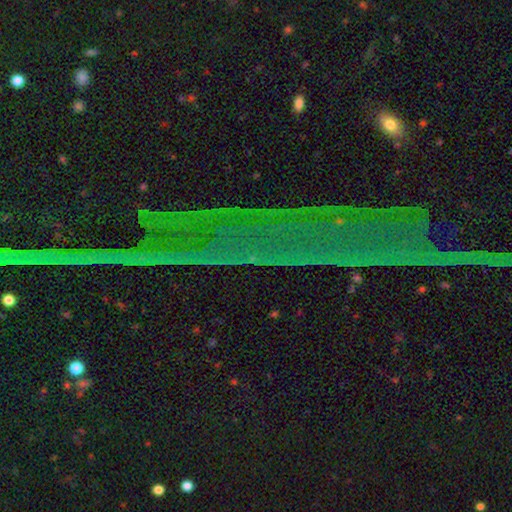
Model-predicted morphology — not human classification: Smooth or featured?
  - star or artifact: 81% *
  - featured or disk: 11%
  - smooth: 8%